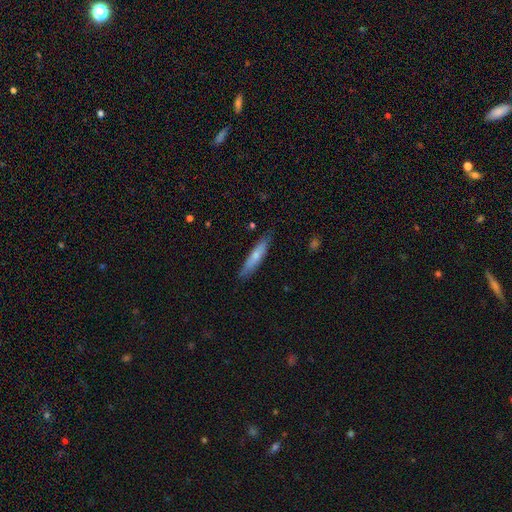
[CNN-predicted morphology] This is likely a smooth galaxy (61%). How rounded: clearly cigar-shaped (87%). Merging: clearly none (84%).